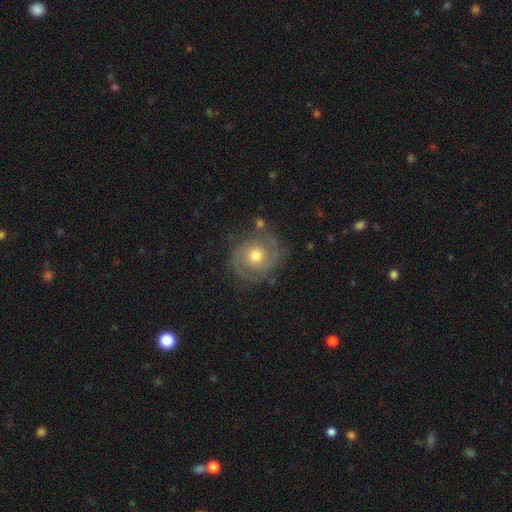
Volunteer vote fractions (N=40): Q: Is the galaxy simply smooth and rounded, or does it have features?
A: featured or disk — 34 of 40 (85%).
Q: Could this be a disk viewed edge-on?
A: no — 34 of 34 (100%).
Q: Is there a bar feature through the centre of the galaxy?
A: no — 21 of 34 (62%).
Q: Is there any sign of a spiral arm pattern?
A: yes — 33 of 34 (97%).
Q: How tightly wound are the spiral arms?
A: tight — 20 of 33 (61%).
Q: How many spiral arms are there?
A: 2 — 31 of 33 (94%).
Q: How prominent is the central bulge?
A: moderate — 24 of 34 (71%).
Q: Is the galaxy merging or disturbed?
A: none — 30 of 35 (86%).